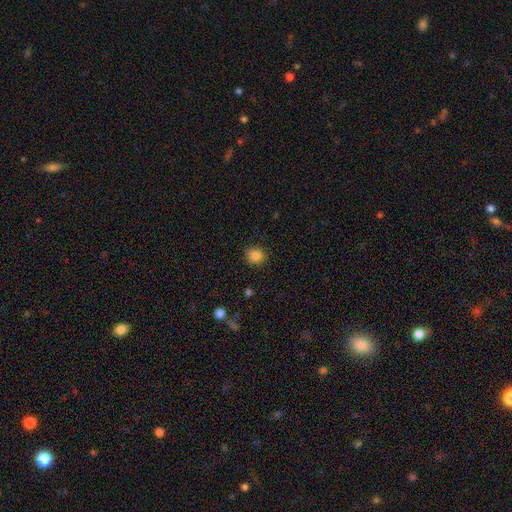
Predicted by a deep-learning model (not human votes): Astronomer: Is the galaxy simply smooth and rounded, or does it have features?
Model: smooth — 84%.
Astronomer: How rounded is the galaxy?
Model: round — 85%.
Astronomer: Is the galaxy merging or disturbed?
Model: none — 83%.